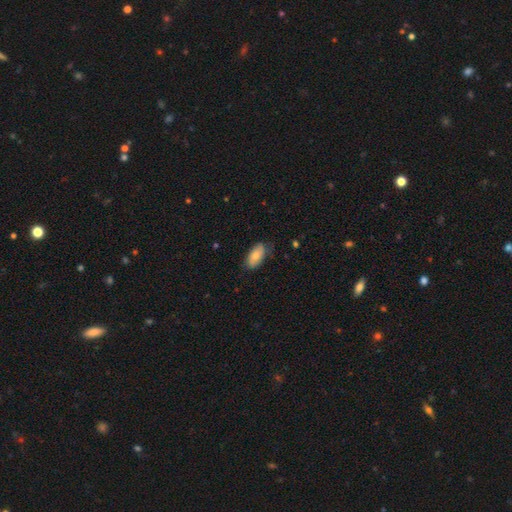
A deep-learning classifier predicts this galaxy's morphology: Smooth or featured?
  - smooth: 77% *
  - featured or disk: 17%
  - star or artifact: 6%
How rounded?
  - in between: 90% *
  - cigar-shaped: 7%
  - round: 3%
Merging?
  - none: 71% *
  - minor disturbance: 23%
  - major disturbance: 5%
  - merger: 1%